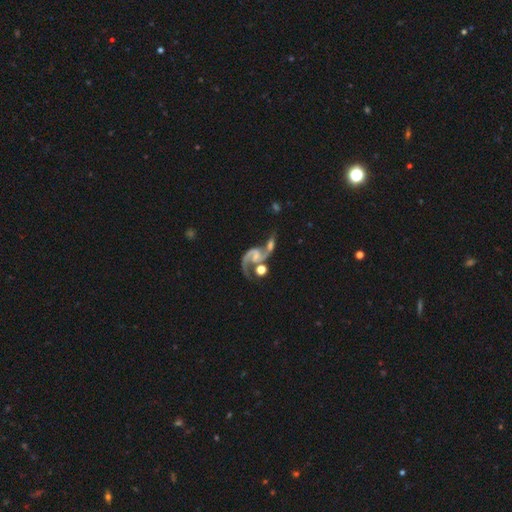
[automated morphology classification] Smooth or featured? Predicted: featured or disk (p=0.89). Edge-on disk? Predicted: no (p=0.98). Bar? Predicted: no (p=0.48). Spiral arms? Predicted: yes (p=0.96). Spiral winding? Predicted: loose (p=0.60). Spiral arm count? Predicted: 2 (p=0.88). Bulge size? Predicted: small (p=0.48). Merging? Predicted: merger (p=0.40).